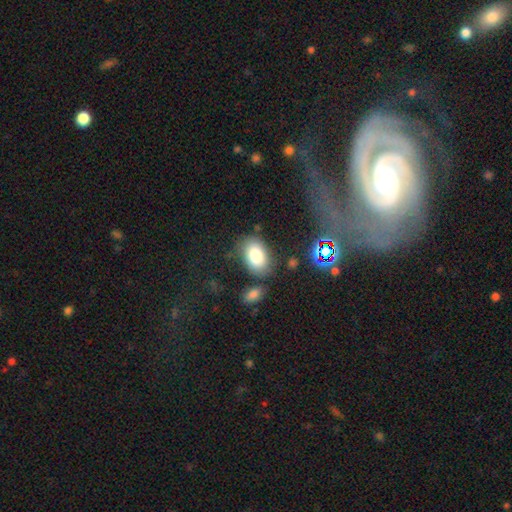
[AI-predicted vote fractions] This is clearly a smooth galaxy (81%). How rounded: clearly in between (86%). Merging: likely none (74%).